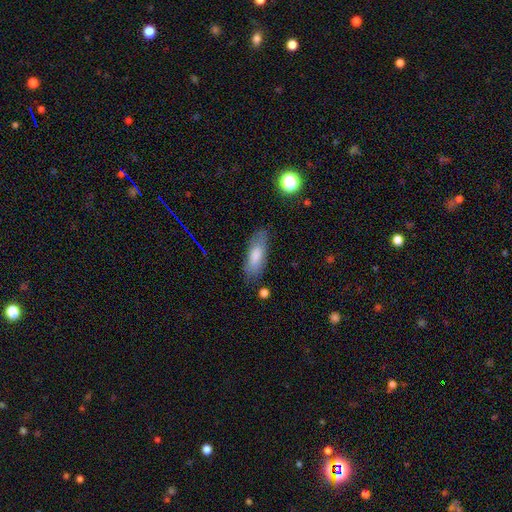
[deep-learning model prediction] Smooth or featured? Predicted: smooth (p=0.78). How rounded? Predicted: in between (p=0.71). Merging? Predicted: none (p=0.73).